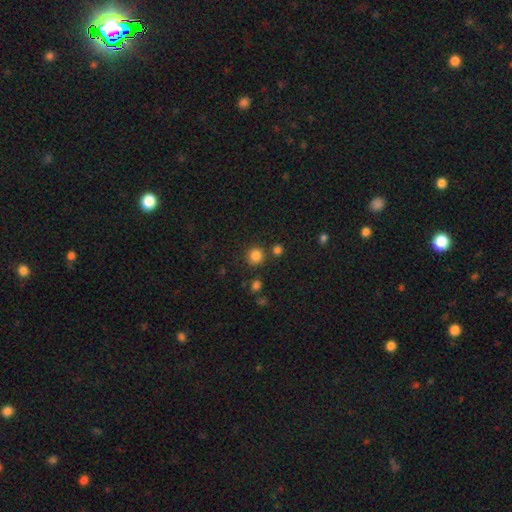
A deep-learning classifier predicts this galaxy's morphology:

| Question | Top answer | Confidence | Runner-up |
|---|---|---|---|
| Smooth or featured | smooth | 83% | star or artifact (13%) |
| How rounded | round | 91% | in between (8%) |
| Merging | none | 83% | minor disturbance (8%) |